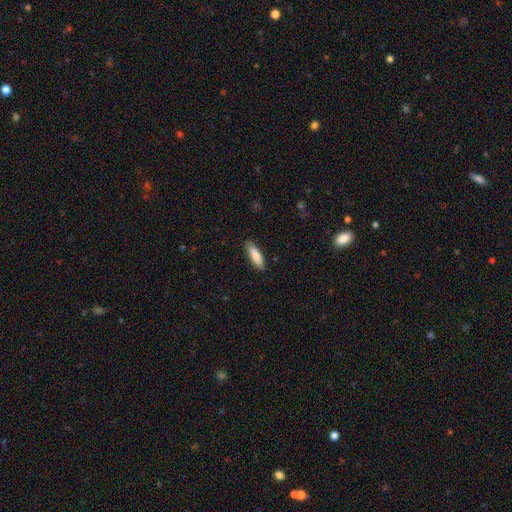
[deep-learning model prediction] Q: Smooth or featured?
A: smooth (84%); runner-up: featured or disk (10%)
Q: How rounded?
A: cigar-shaped (55%); runner-up: in between (44%)
Q: Merging?
A: none (86%); runner-up: minor disturbance (11%)